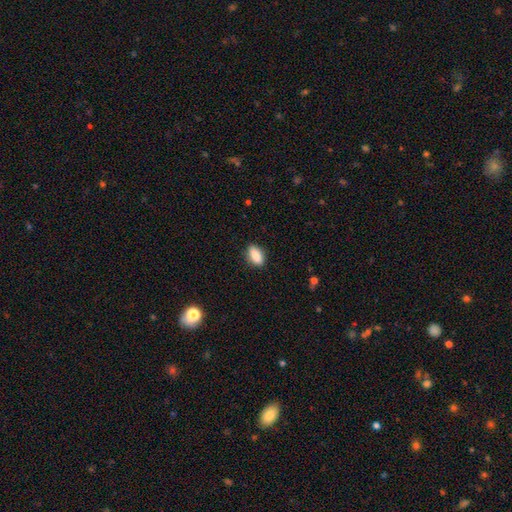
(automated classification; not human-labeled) A smooth galaxy with no disk features (88%) that is in between round and cigar-shaped (90%). Merging: none (86%).